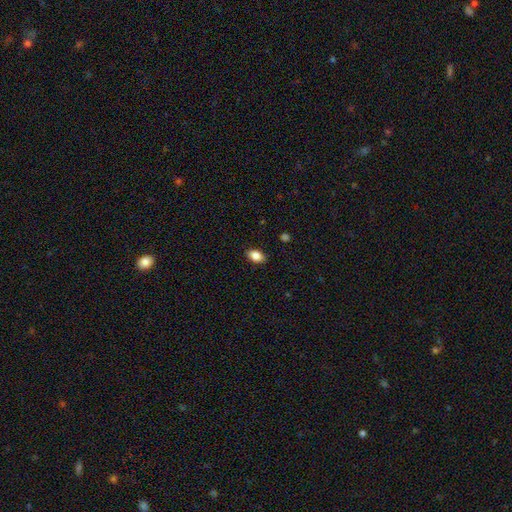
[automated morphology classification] Smooth or featured? smooth (85%)
How rounded? in between (87%)
Merging? none (88%)